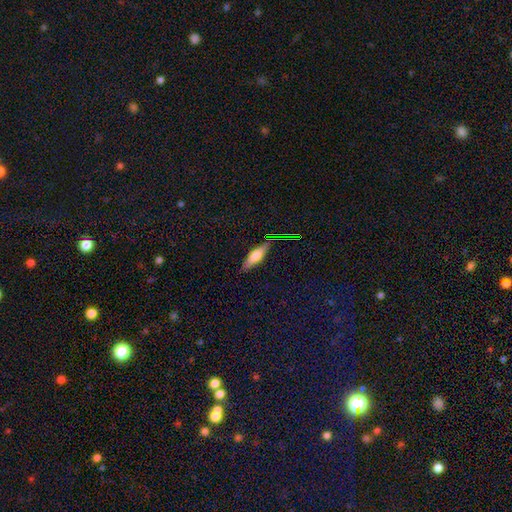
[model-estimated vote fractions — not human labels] smooth_or_featured: featured or disk (p=0.46) [alt: smooth p=0.45]
merging: none (p=0.85) [alt: minor disturbance p=0.10]